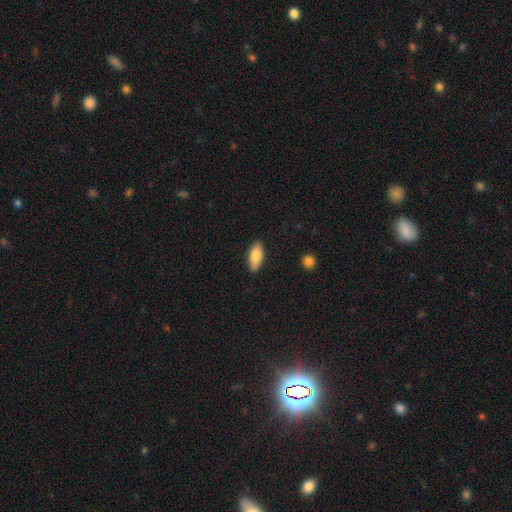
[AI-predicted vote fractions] This is clearly a smooth galaxy (82%). How rounded: clearly in between (85%). Merging: clearly none (87%).